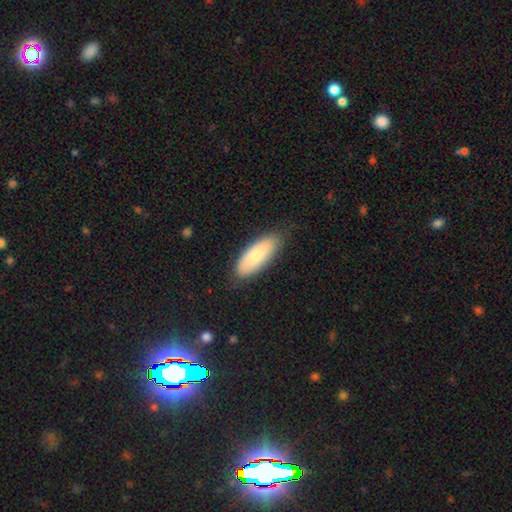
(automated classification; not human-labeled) Smooth or featured: smooth — 82% (featured or disk — 13%)
How rounded: in between — 75% (cigar-shaped — 24%)
Merging: none — 79% (minor disturbance — 17%)